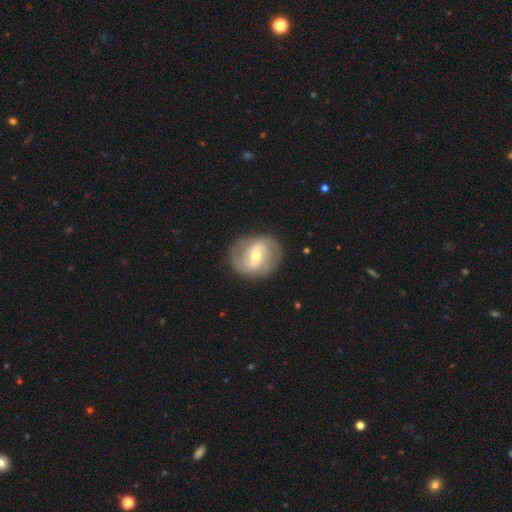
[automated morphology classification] smooth_or_featured: featured or disk (p=0.72) [alt: smooth p=0.23]
disk_edge_on: no (p=0.97) [alt: yes p=0.03]
bar: weak (p=0.46) [alt: strong p=0.34]
has_spiral_arms: yes (p=0.80) [alt: no p=0.20]
spiral_winding: medium (p=0.41) [alt: tight p=0.38]
spiral_arm_count: 2 (p=0.75) [alt: can't tell p=0.14]
bulge_size: moderate (p=0.55) [alt: small p=0.40]
merging: none (p=0.82) [alt: minor disturbance p=0.11]